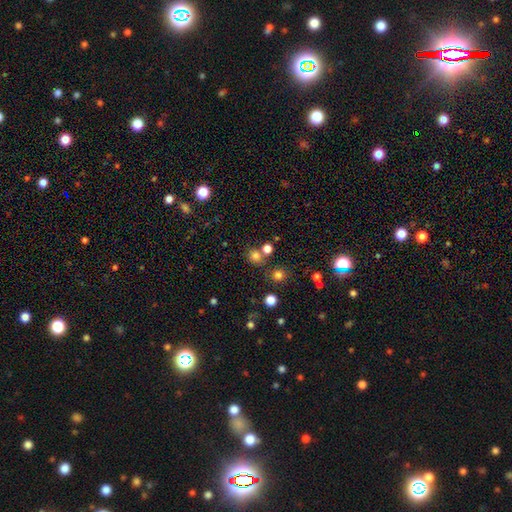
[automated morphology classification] This appears to be a smooth galaxy with no disk features (75%) that is round (84%). Merging: none (68%).